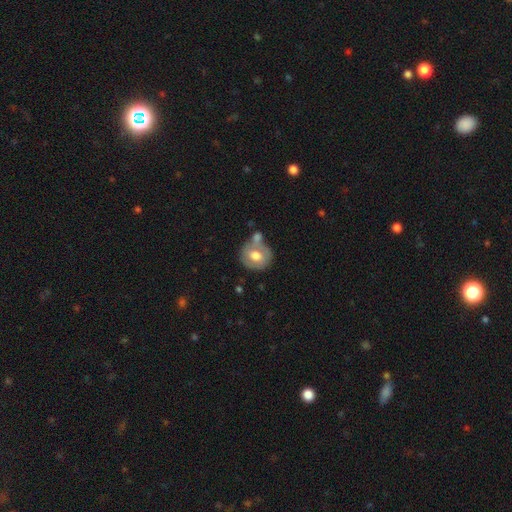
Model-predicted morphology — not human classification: smooth_or_featured: smooth (p=0.60) [alt: featured or disk p=0.33]
how_rounded: round (p=0.77) [alt: in between p=0.22]
merging: none (p=0.49) [alt: merger p=0.28]